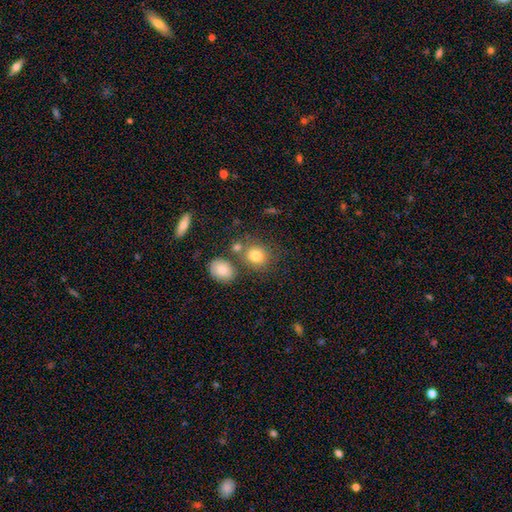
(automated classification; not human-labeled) The model was most divided on "merging": none: 68%, merger: 16%, minor disturbance: 11%, major disturbance: 5%. More confident: how rounded — round (79%); smooth or featured — smooth (78%).